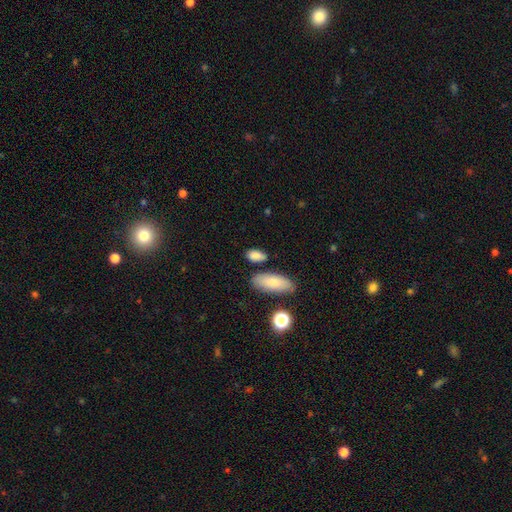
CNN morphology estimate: Smooth or featured? smooth (85%)
How rounded? in between (84%)
Merging? none (72%)